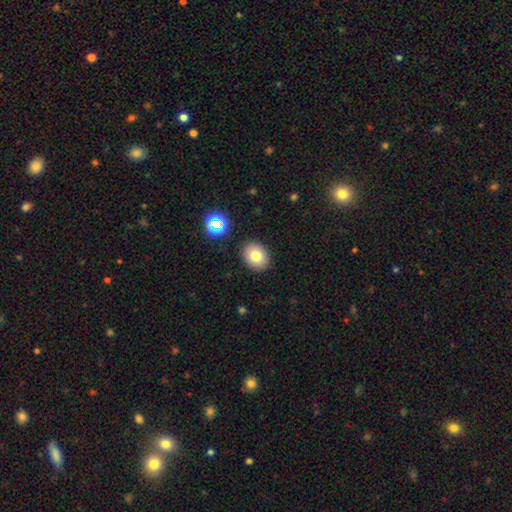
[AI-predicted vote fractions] Smooth or featured? smooth (77%)
How rounded? round (51%)
Merging? none (88%)